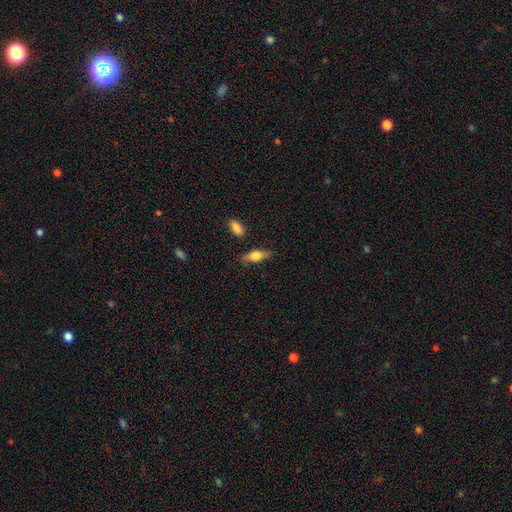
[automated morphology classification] Overall: smooth (65%; featured or disk 28%). How rounded: in between (71%). Merging: none (76%).